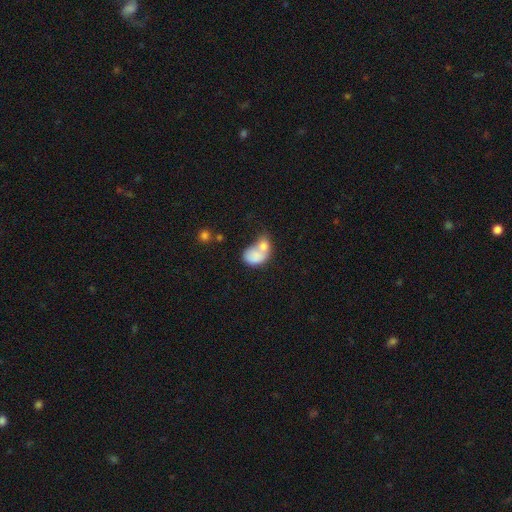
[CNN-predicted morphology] Q: Smooth or featured?
A: smooth (76%); runner-up: featured or disk (16%)
Q: How rounded?
A: in between (73%); runner-up: round (26%)
Q: Merging?
A: merger (65%); runner-up: none (17%)